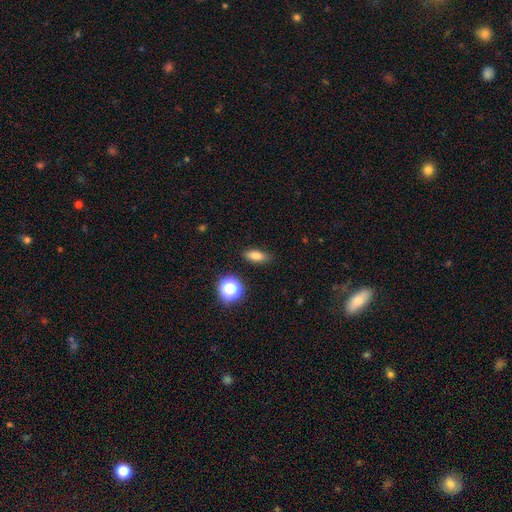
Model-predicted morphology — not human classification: Smooth or featured?
  - smooth: 75% *
  - star or artifact: 12%
  - featured or disk: 12%
How rounded?
  - in between: 68% *
  - cigar-shaped: 21%
  - round: 11%
Merging?
  - none: 85% *
  - minor disturbance: 11%
  - major disturbance: 3%
  - merger: 2%